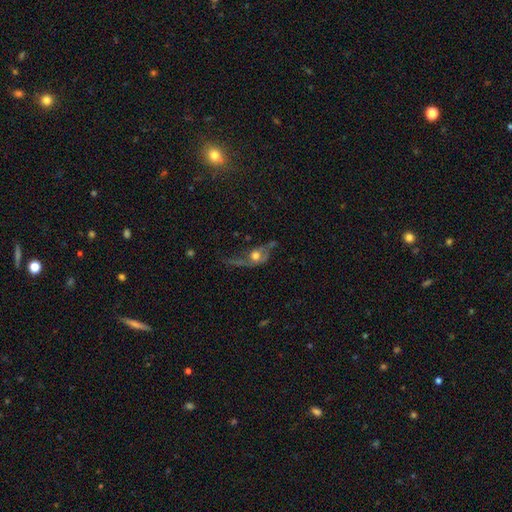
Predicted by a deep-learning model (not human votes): smooth_or_featured: featured or disk (p=0.51) [alt: smooth p=0.37]
disk_edge_on: no (p=0.75) [alt: yes p=0.25]
merging: major disturbance (p=0.45) [alt: none p=0.27]